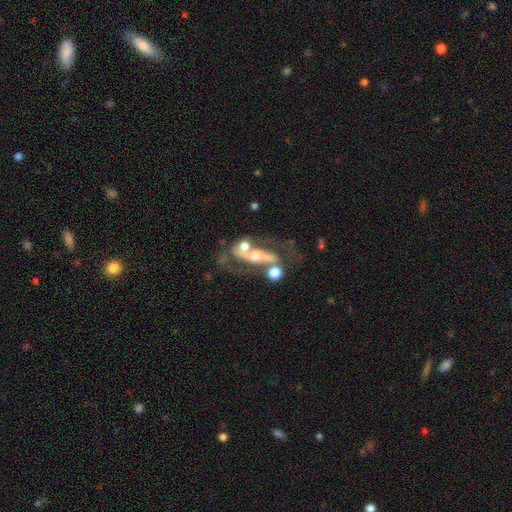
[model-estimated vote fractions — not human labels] The model was most divided on "merging": none: 39%, merger: 28%, major disturbance: 18%, minor disturbance: 15%. More confident: edge-on disk — no (84%); smooth or featured — featured or disk (74%); spiral arms — yes (74%); bulge size — moderate (59%); bar — no (51%).